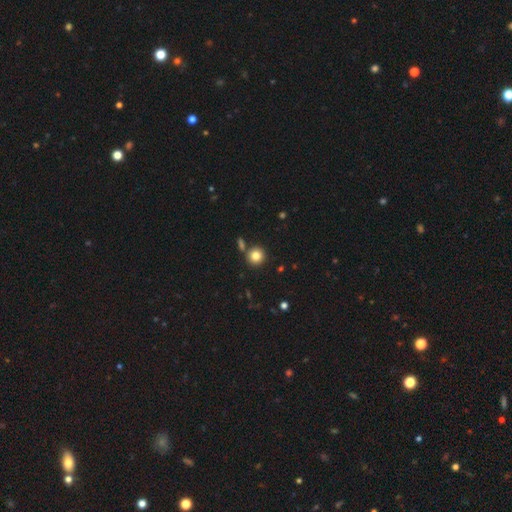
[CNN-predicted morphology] Smooth or featured?
  - smooth: 83% *
  - star or artifact: 11%
  - featured or disk: 7%
How rounded?
  - round: 92% *
  - in between: 7%
  - cigar-shaped: 1%
Merging?
  - none: 82% *
  - merger: 9%
  - minor disturbance: 7%
  - major disturbance: 2%